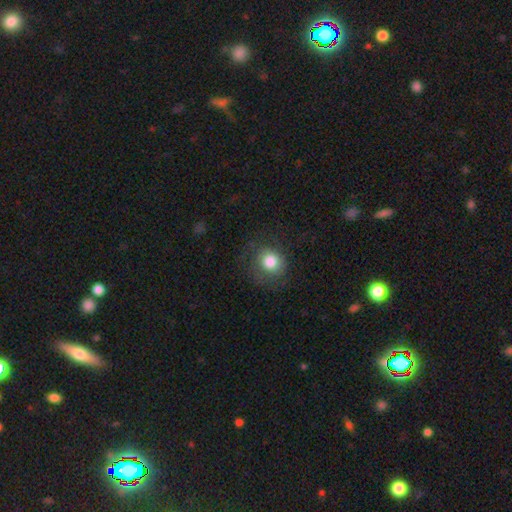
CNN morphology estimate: A smooth galaxy with no disk features (51%) that is round (86%).

Vote fractions:
- Smooth or featured? smooth: 51% / star or artifact: 38% / featured or disk: 11%
- How rounded? round: 86% / in between: 12% / cigar-shaped: 2%
- Merging? none: 86% / minor disturbance: 8% / major disturbance: 3% / merger: 2%